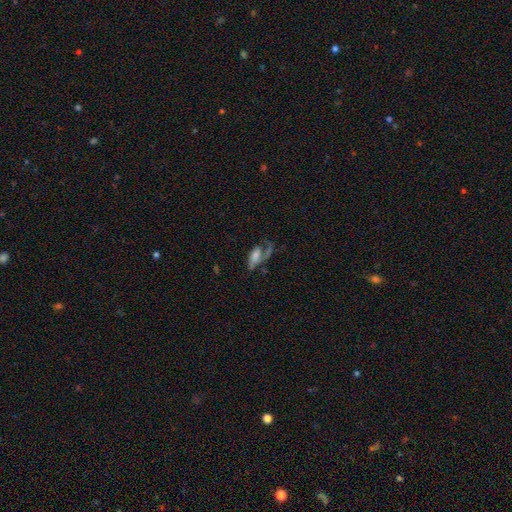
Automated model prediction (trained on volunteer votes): This appears to be a featured or disk galaxy (51%). Merging: major disturbance (42%).